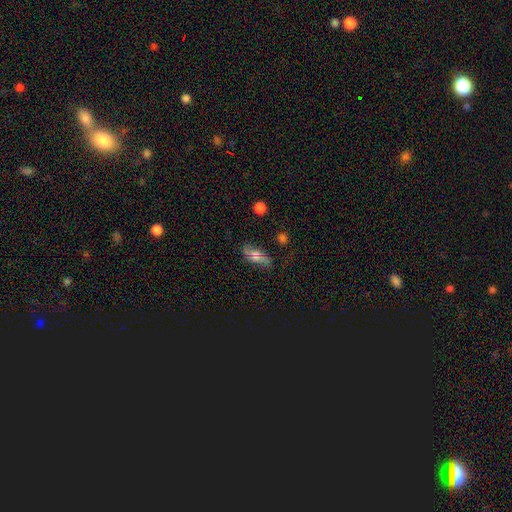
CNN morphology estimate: This appears to be a smooth galaxy with no disk features (61%) that is in between round and cigar-shaped (76%). Merging: none (61%).